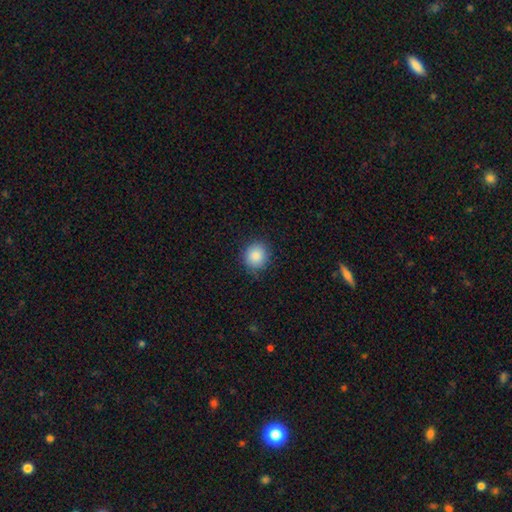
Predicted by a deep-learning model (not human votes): This appears to be a smooth galaxy with no disk features (88%) that is round (85%). Merging: none (83%).